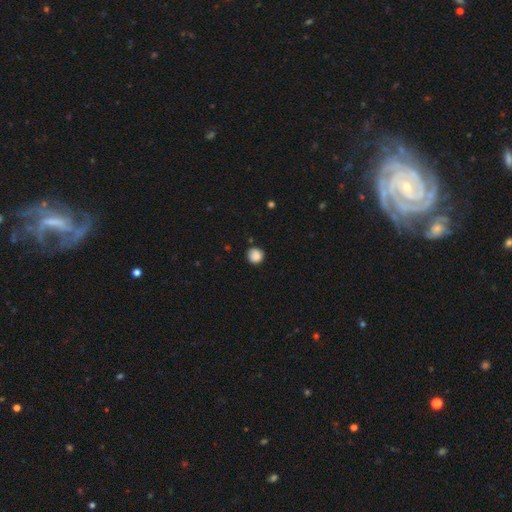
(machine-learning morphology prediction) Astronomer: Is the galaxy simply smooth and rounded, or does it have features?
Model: smooth — 87%.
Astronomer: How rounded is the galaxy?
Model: round — 92%.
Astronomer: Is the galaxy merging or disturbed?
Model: none — 82%.